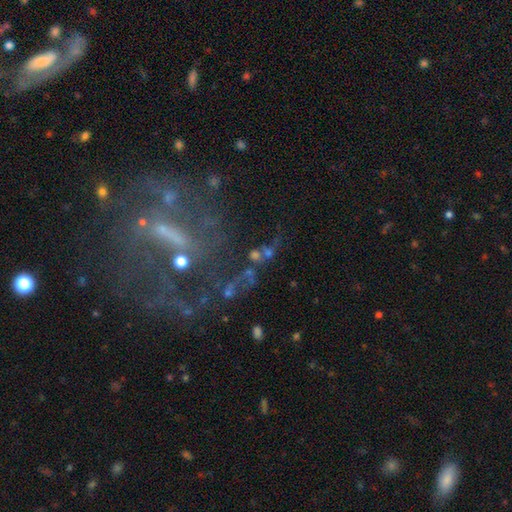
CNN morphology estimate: A featured or disk galaxy (40%).

Vote fractions:
- Smooth or featured? featured or disk: 40% / star or artifact: 35% / smooth: 25%
- Merging? none: 50% / major disturbance: 20% / minor disturbance: 15% / merger: 15%